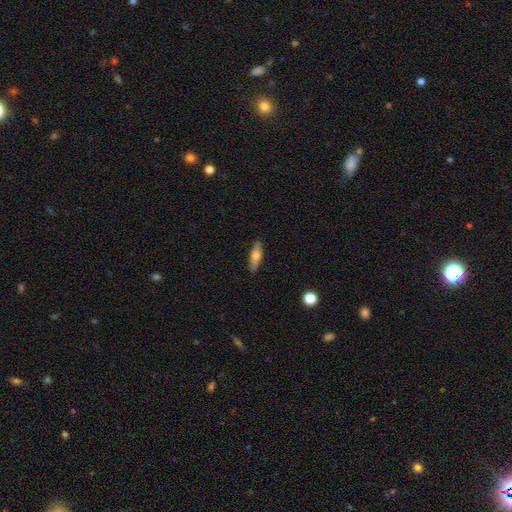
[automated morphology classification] A smooth galaxy with no disk features (61%) that is cigar-shaped (50%).

Vote fractions:
- Smooth or featured? smooth: 61% / featured or disk: 32% / star or artifact: 7%
- How rounded? cigar-shaped: 50% / in between: 47% / round: 3%
- Merging? none: 88% / minor disturbance: 9% / major disturbance: 2% / merger: 1%